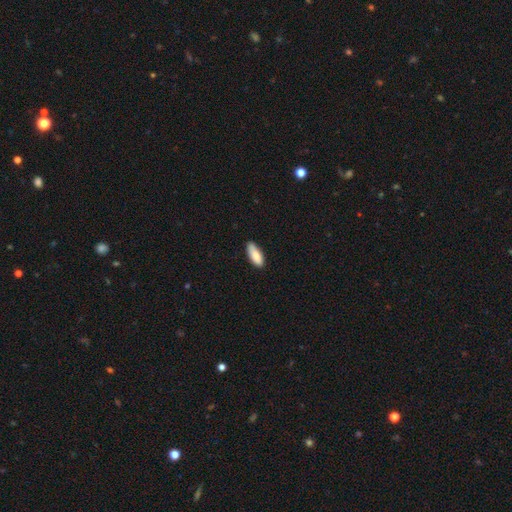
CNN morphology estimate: Q: Smooth or featured?
A: smooth (87%); runner-up: featured or disk (7%)
Q: How rounded?
A: in between (75%); runner-up: cigar-shaped (24%)
Q: Merging?
A: none (82%); runner-up: minor disturbance (15%)